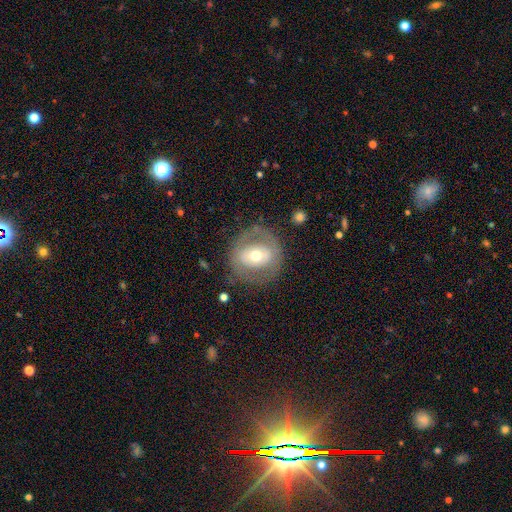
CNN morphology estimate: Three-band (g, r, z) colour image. It shows a featured or disk galaxy (52%). Merging: none (75%).